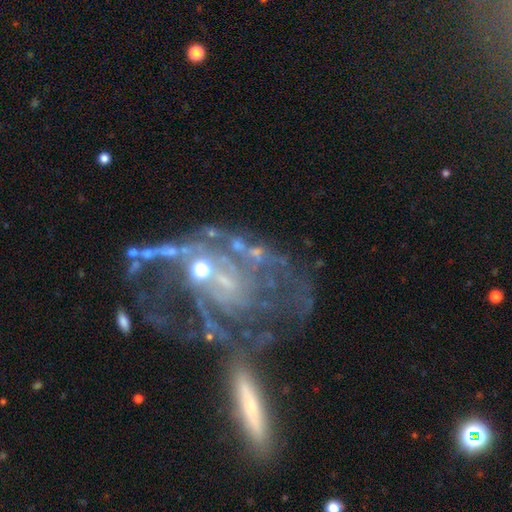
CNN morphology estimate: A featured or disk galaxy (78%) with no bar (54%), tight (38%, tied with medium) spiral arms (82%) and a small central bulge (46%).

Vote fractions:
- Smooth or featured? featured or disk: 78% / star or artifact: 13% / smooth: 8%
- Edge-on disk? no: 97% / yes: 3%
- Bar? no: 54% / weak: 33% / strong: 13%
- Spiral arms? yes: 82% / no: 18%
- Spiral winding? tight: 38% (tied) / medium: 38% (tied) / loose: 24%
- Spiral arm count? can't tell: 35% / 2: 24% / 3: 15% / 4: 9% / 1: 9% / more than 4: 8%
- Bulge size? small: 46% / moderate: 29% / none: 20% / large: 4% / dominant: 2%
- Merging? none: 33% / major disturbance: 31% / merger: 21% / minor disturbance: 15%